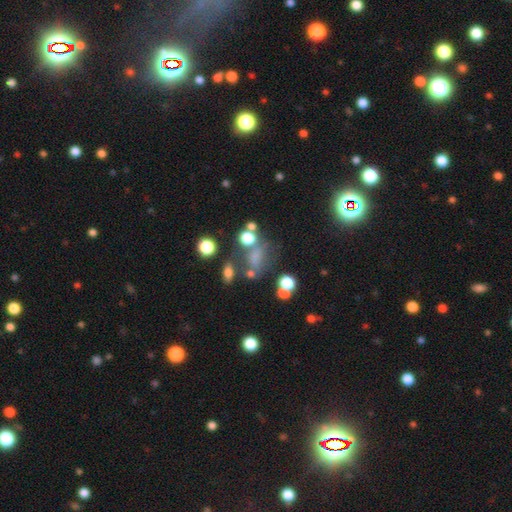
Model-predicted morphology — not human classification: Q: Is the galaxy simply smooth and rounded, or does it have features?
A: smooth — 53%.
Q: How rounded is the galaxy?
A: in between — 54%.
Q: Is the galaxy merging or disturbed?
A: none — 47%.